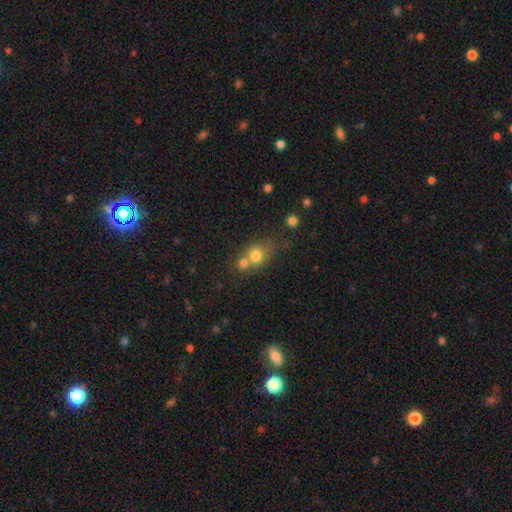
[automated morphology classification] A smooth galaxy with no disk features (75%) that is round (70%).

Vote fractions:
- Smooth or featured? smooth: 75% / featured or disk: 13% / star or artifact: 12%
- How rounded? round: 70% / in between: 29% / cigar-shaped: 2%
- Merging? merger: 51% / none: 35% / minor disturbance: 9% / major disturbance: 5%